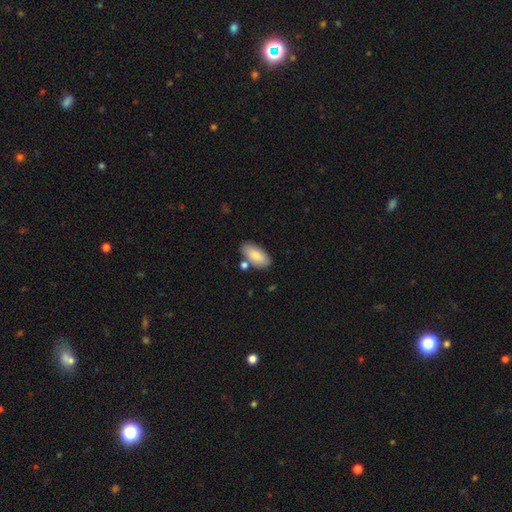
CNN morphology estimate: A smooth galaxy with no disk features (82%) that is in between round and cigar-shaped (91%). Merging: none (73%).